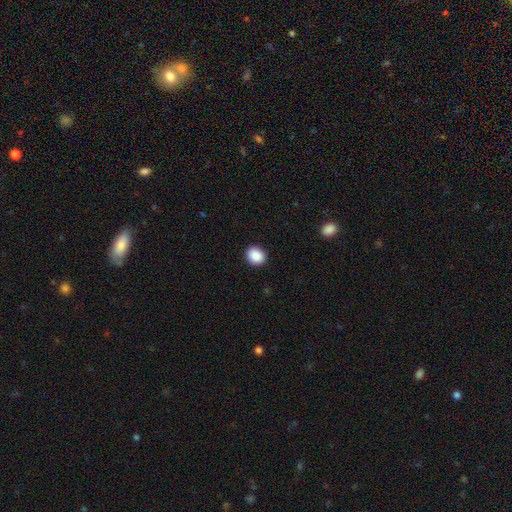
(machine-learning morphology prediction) A smooth galaxy with no disk features (89%) that is round (69%). Merging: none (91%).